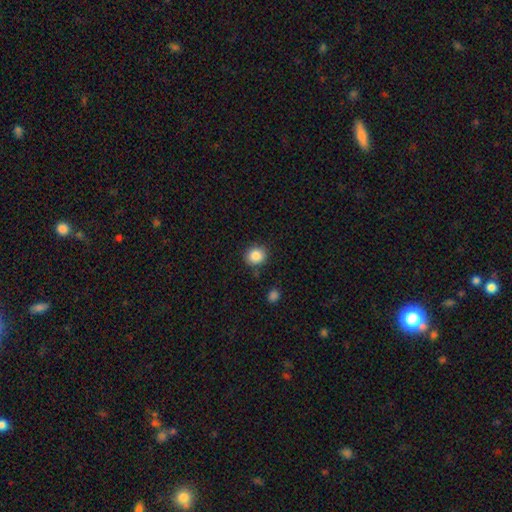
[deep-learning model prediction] Q: Smooth or featured?
A: smooth (86%); runner-up: star or artifact (9%)
Q: How rounded?
A: round (82%); runner-up: in between (18%)
Q: Merging?
A: none (85%); runner-up: minor disturbance (9%)